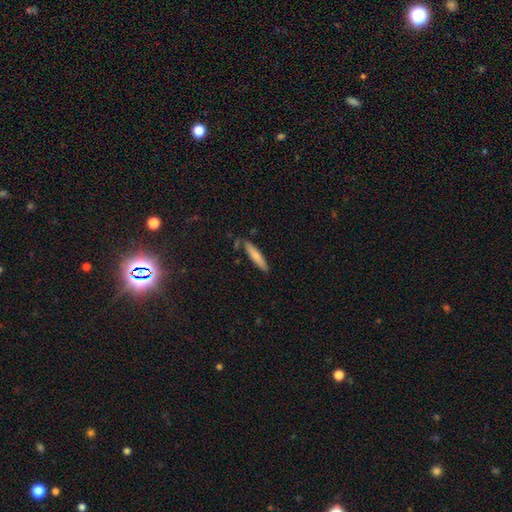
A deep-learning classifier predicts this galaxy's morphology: The model was most divided on "smooth or featured": smooth: 75%, featured or disk: 19%, star or artifact: 6%. More confident: how rounded — cigar-shaped (88%); merging — none (81%).